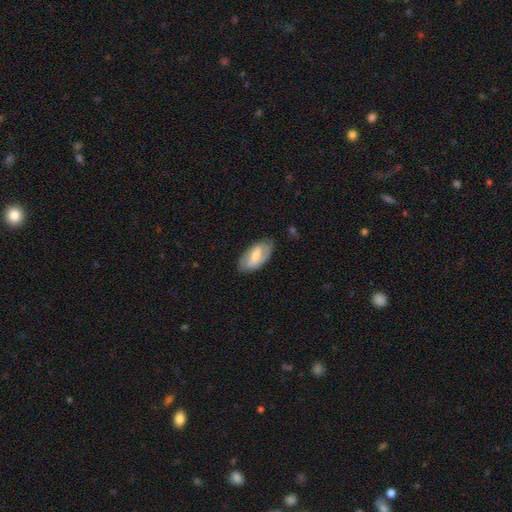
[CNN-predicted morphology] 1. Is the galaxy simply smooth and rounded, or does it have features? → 53% featured or disk, 42% smooth, 6% star or artifact.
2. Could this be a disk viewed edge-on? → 91% no, 9% yes.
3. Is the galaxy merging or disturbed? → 79% none, 15% minor disturbance, 4% major disturbance, 1% merger.